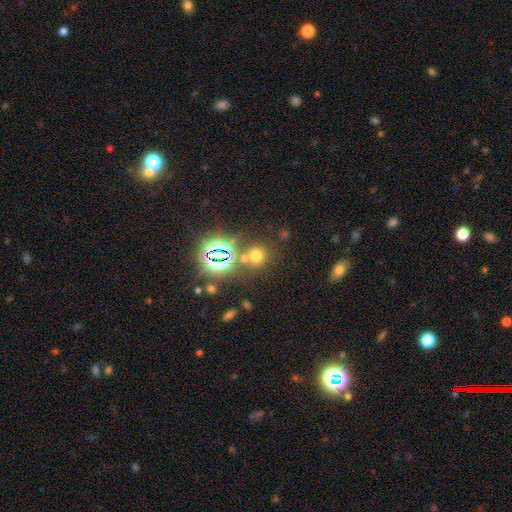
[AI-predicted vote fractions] Q: Smooth or featured?
A: smooth (57%); runner-up: star or artifact (35%)
Q: How rounded?
A: round (85%); runner-up: in between (14%)
Q: Merging?
A: none (66%); runner-up: merger (20%)